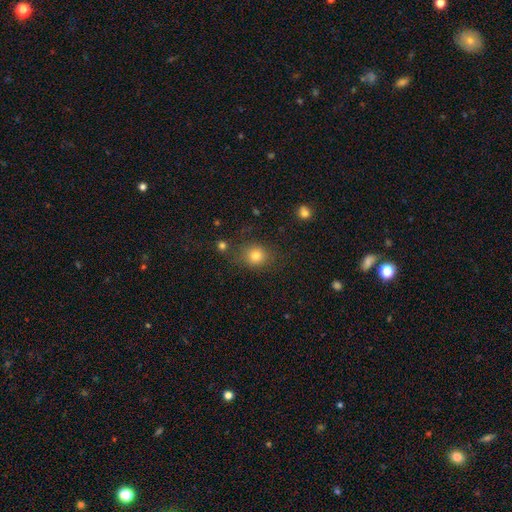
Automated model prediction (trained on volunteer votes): Smooth or featured: smooth — 80% (star or artifact — 13%)
How rounded: round — 76% (in between — 23%)
Merging: none — 75% (minor disturbance — 13%)